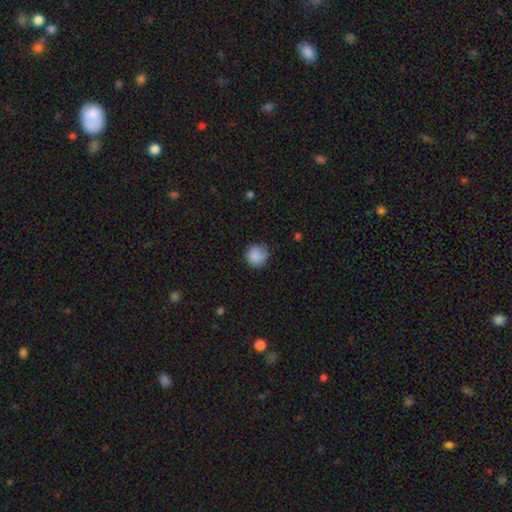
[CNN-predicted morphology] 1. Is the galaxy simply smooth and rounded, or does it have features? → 86% smooth, 8% star or artifact, 5% featured or disk.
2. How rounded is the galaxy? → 90% round, 9% in between, 1% cigar-shaped.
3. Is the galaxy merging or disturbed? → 74% none, 20% minor disturbance, 4% major disturbance, 1% merger.